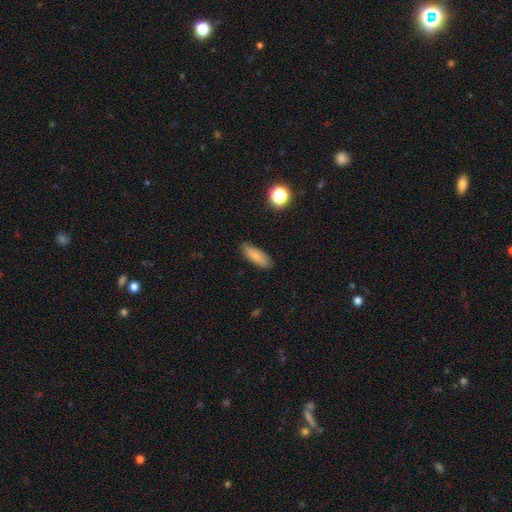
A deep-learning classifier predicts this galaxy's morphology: Q: Smooth or featured?
A: smooth (81%); runner-up: featured or disk (12%)
Q: How rounded?
A: in between (70%); runner-up: cigar-shaped (28%)
Q: Merging?
A: none (78%); runner-up: minor disturbance (18%)